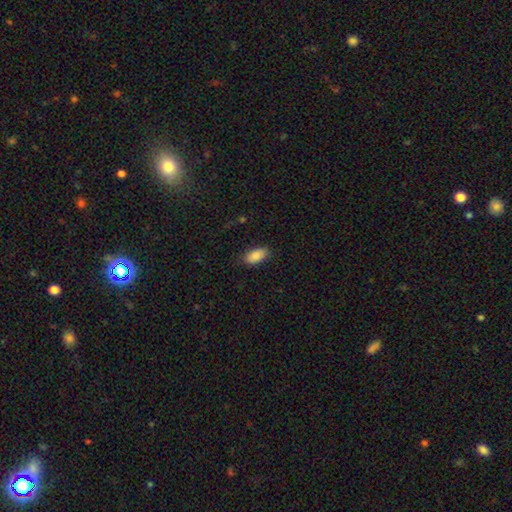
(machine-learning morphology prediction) type=smooth (87%); roundness=in between (92%); merging=none (84%).